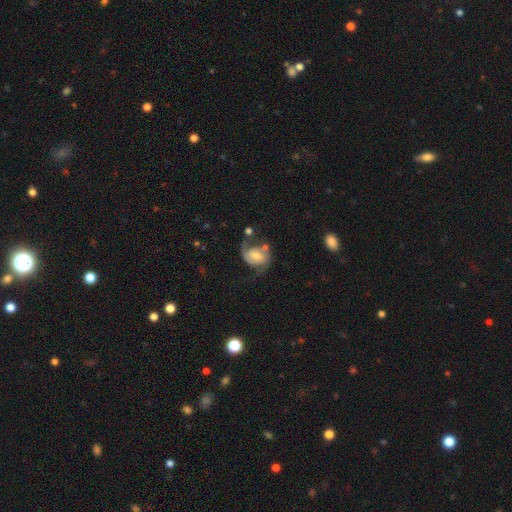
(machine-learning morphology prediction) featured or disk 79%, smooth 15%, star or artifact 6%. Down the decision tree: edge-on disk — no (98%); bar — no (48%); spiral arms — yes (94%); spiral arm count — 2 (83%); spiral winding — medium (46%); bulge size — moderate (59%); merging — none (50%).